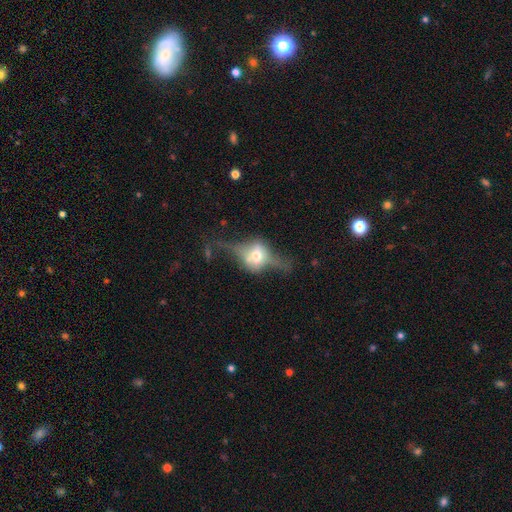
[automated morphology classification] A featured or disk galaxy (72%) viewed edge-on (84%) with a rounded central bulge (94%). Merging: none (59%).